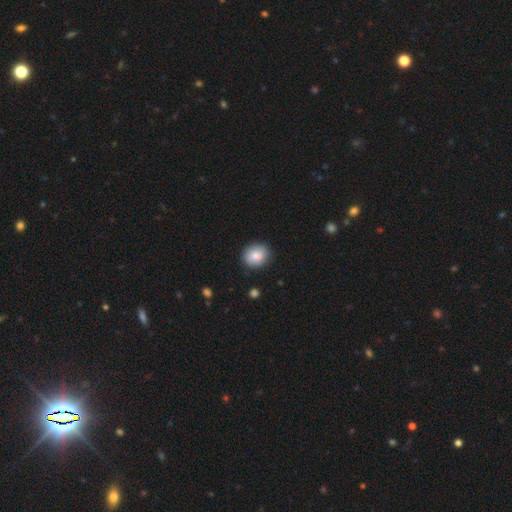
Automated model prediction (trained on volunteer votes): Smooth or featured? Predicted: smooth (p=0.85). How rounded? Predicted: round (p=0.65). Merging? Predicted: none (p=0.86).